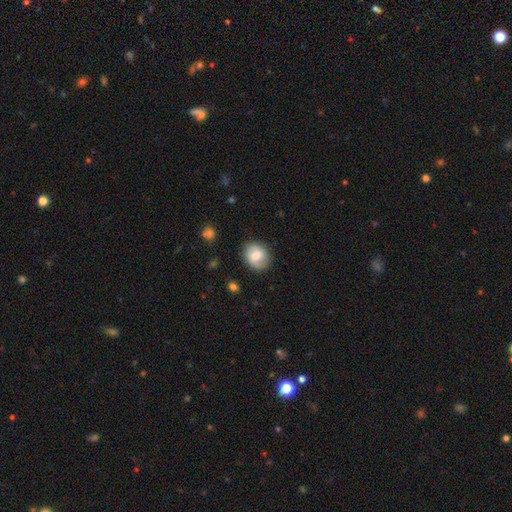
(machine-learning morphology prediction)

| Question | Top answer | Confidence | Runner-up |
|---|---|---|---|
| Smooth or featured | smooth | 68% | featured or disk (25%) |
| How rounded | round | 60% | in between (39%) |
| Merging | none | 83% | minor disturbance (13%) |